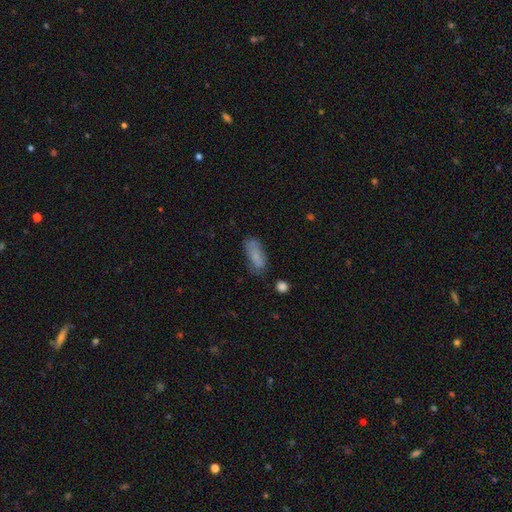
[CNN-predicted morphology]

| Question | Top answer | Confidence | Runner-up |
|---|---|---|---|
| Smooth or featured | smooth | 76% | featured or disk (15%) |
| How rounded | in between | 73% | cigar-shaped (24%) |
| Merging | none | 60% | minor disturbance (26%) |